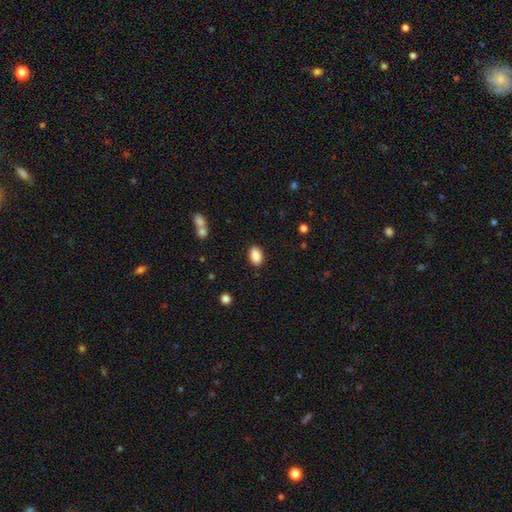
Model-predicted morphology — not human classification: The model was most divided on "merging": none: 88%, minor disturbance: 8%, major disturbance: 2%, merger: 2%. More confident: how rounded — in between (89%); smooth or featured — smooth (89%).